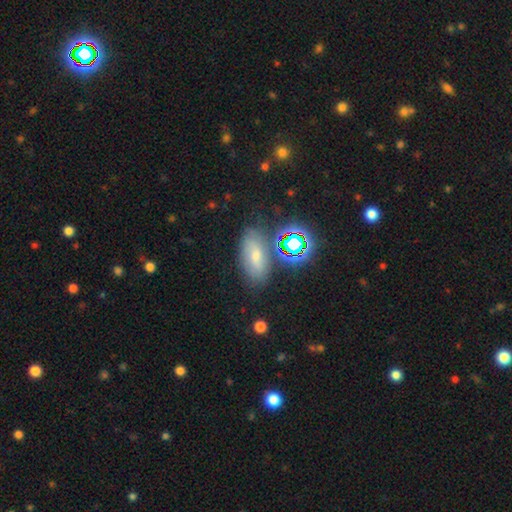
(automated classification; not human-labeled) A smooth galaxy with no disk features (49%). Merging: none (70%).